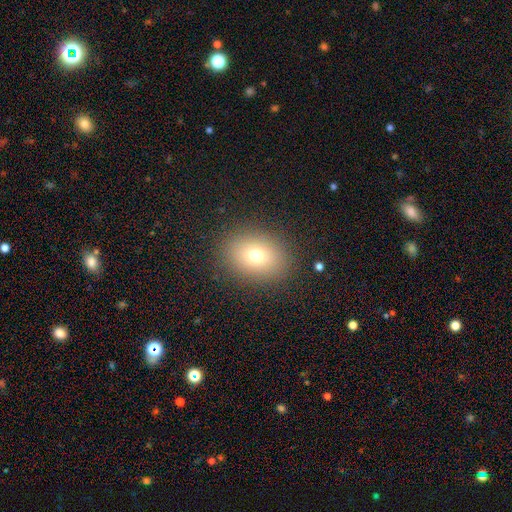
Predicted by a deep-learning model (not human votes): smooth 72%, star or artifact 15%, featured or disk 13%. Down the decision tree: how rounded — in between (55%); merging — none (86%).